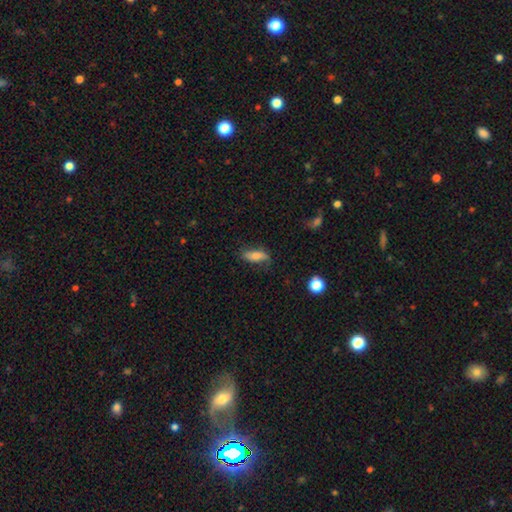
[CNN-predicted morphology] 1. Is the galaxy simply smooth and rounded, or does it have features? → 71% smooth, 21% featured or disk, 8% star or artifact.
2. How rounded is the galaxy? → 65% in between, 32% cigar-shaped, 3% round.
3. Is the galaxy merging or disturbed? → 70% none, 22% minor disturbance, 6% major disturbance, 2% merger.